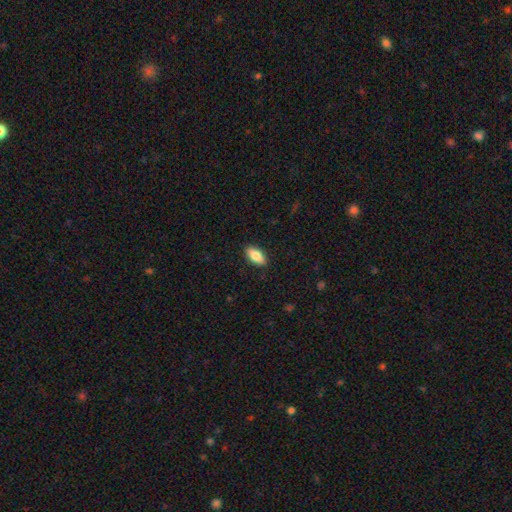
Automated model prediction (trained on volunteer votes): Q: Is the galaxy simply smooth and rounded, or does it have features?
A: smooth — 82%.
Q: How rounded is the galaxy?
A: in between — 88%.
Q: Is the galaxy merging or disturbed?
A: none — 89%.